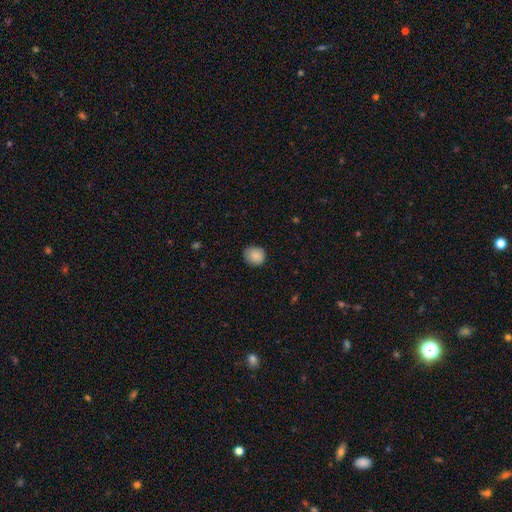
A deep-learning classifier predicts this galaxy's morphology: Smooth or featured: smooth — 87% (star or artifact — 8%)
How rounded: round — 76% (in between — 23%)
Merging: none — 79% (minor disturbance — 18%)